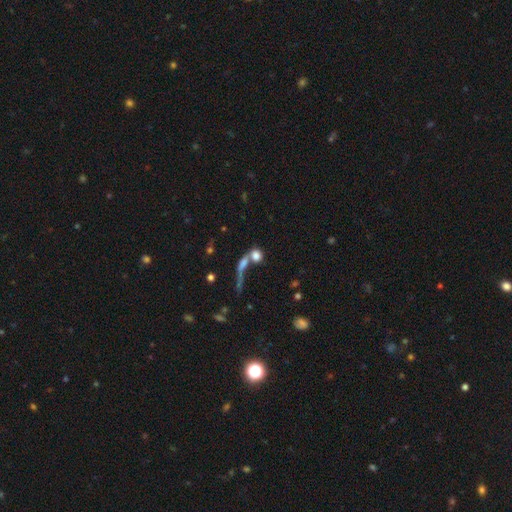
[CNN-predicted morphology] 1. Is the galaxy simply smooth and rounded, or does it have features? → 72% smooth, 16% featured or disk, 12% star or artifact.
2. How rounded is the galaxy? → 62% round, 31% in between, 8% cigar-shaped.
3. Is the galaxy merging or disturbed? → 50% merger, 30% none, 12% major disturbance, 8% minor disturbance.